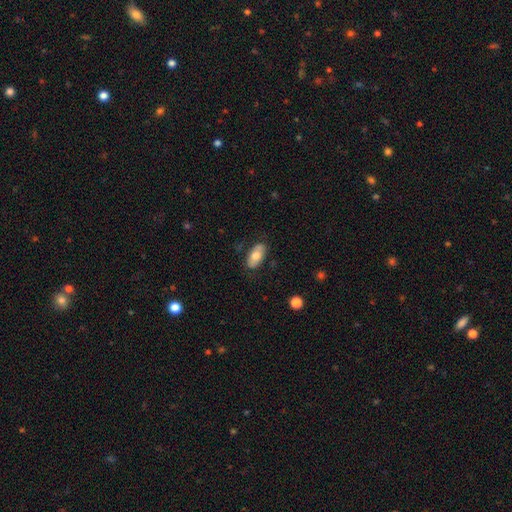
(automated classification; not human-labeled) smooth 69%, featured or disk 25%, star or artifact 6%. Down the decision tree: how rounded — in between (92%); merging — none (81%).